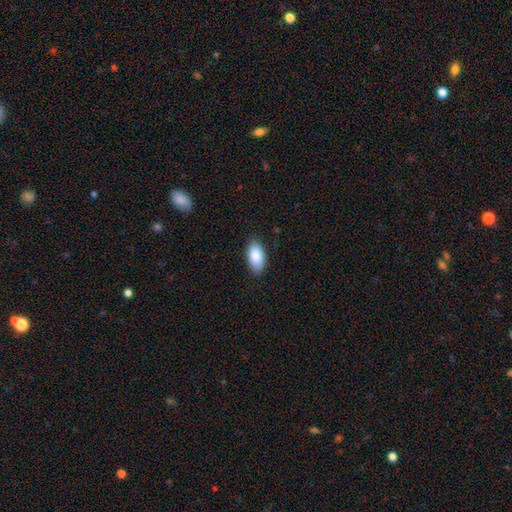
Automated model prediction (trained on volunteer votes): Smooth or featured?
  - smooth: 87% *
  - featured or disk: 6%
  - star or artifact: 6%
How rounded?
  - in between: 94% *
  - cigar-shaped: 4%
  - round: 2%
Merging?
  - none: 86% *
  - minor disturbance: 11%
  - major disturbance: 2%
  - merger: 1%